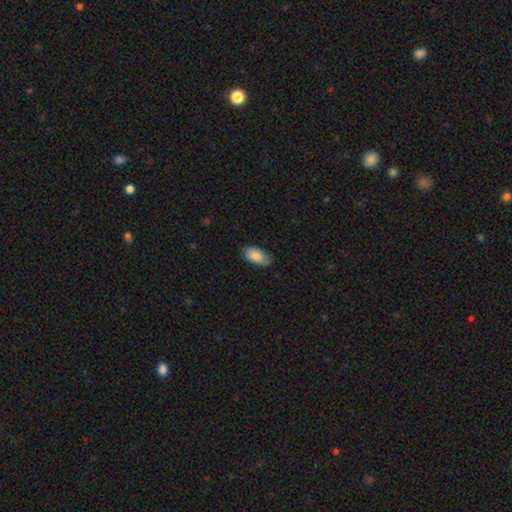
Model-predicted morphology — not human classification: A smooth galaxy with no disk features (84%) that is in between round and cigar-shaped (93%). Merging: none (73%).